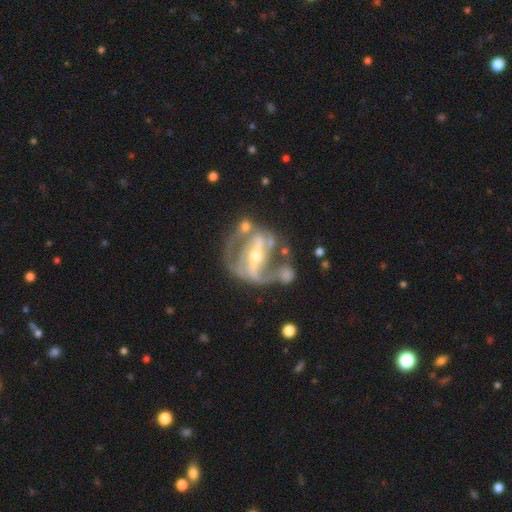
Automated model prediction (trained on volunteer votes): The model was most divided on "bulge size": moderate: 51%, small: 43%, large: 3%, none: 2%, dominant: 1%. Remaining: edge-on disk — no (95%); smooth or featured — featured or disk (88%); spiral arms — yes (87%); spiral arm count — 2 (69%); bar — strong (67%); spiral winding — medium (46%); merging — none (40%).